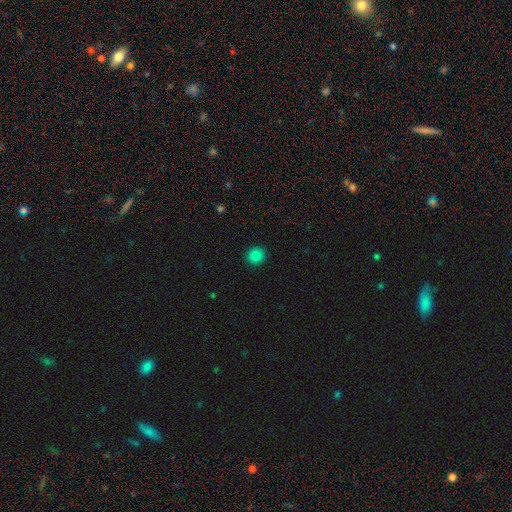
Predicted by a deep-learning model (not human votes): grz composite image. It shows a smooth galaxy with no disk features (84%) that is round (89%). Merging: none (92%).